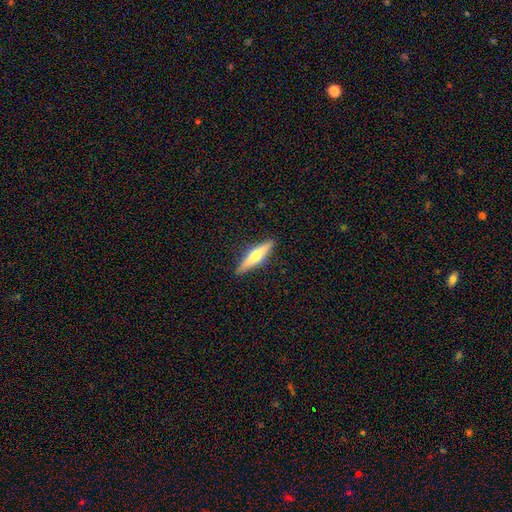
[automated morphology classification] The model was most divided on "smooth or featured": featured or disk: 49%, smooth: 46%, star or artifact: 6%. More confident: merging — none (89%).